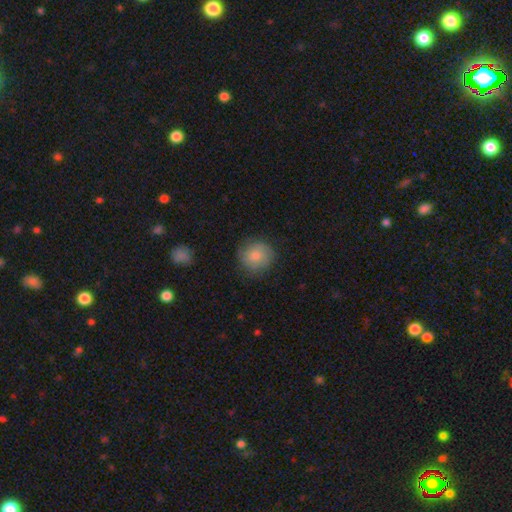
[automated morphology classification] This appears to be a smooth galaxy with no disk features (80%) that is round (91%). Merging: none (80%).